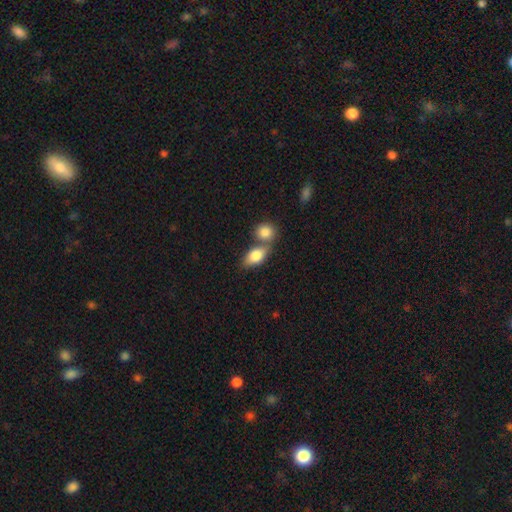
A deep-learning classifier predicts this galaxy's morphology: type=smooth (79%); roundness=in between (82%); merging=merger (47%).